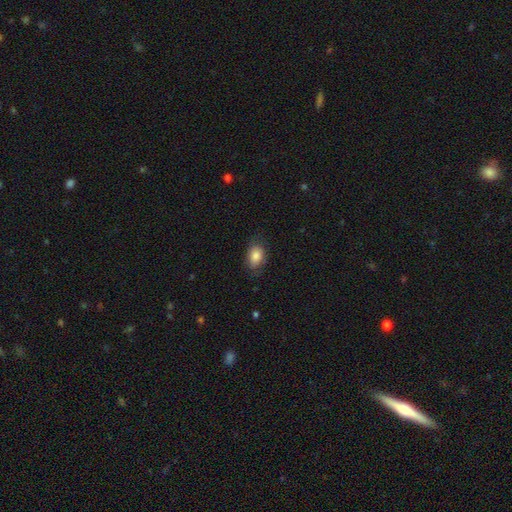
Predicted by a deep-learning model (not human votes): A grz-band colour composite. It shows a smooth galaxy with no disk features (85%) that is in between round and cigar-shaped (82%). Merging: none (74%).